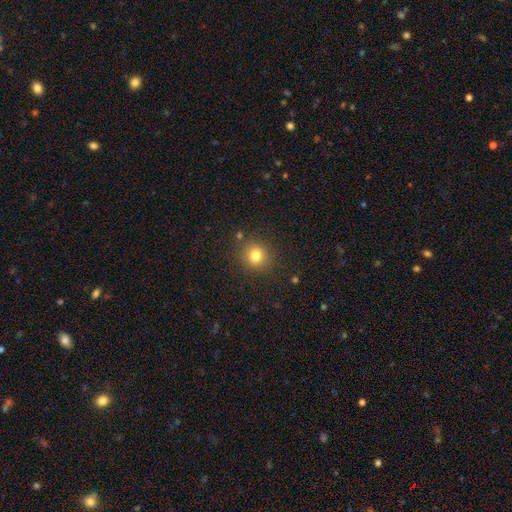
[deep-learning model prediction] smooth 79%, star or artifact 14%, featured or disk 7%. Down the decision tree: how rounded — round (88%); merging — none (87%).